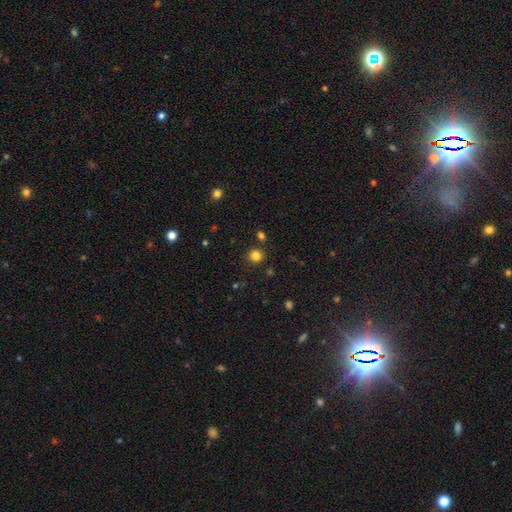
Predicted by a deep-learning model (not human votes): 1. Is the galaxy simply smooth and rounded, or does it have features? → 82% smooth, 14% star or artifact, 5% featured or disk.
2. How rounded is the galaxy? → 88% round, 11% in between, 1% cigar-shaped.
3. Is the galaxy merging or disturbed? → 86% none, 7% minor disturbance, 4% merger, 3% major disturbance.